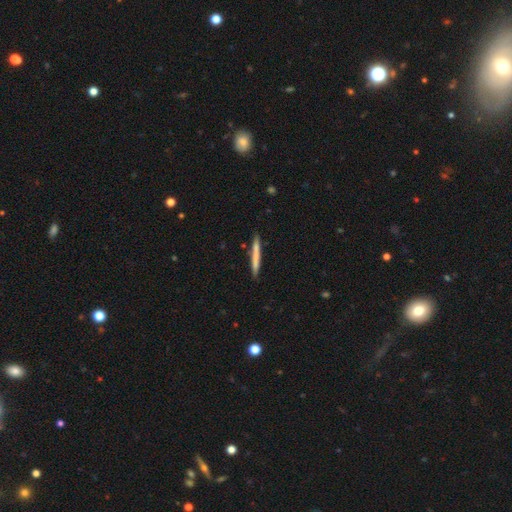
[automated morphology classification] Smooth or featured? Predicted: smooth (p=0.67). How rounded? Predicted: cigar-shaped (p=0.97). Merging? Predicted: none (p=0.89).